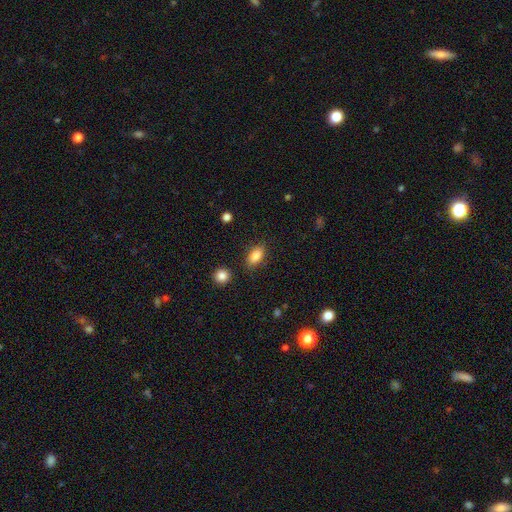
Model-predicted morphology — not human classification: Smooth or featured? smooth (84%)
How rounded? in between (88%)
Merging? none (84%)